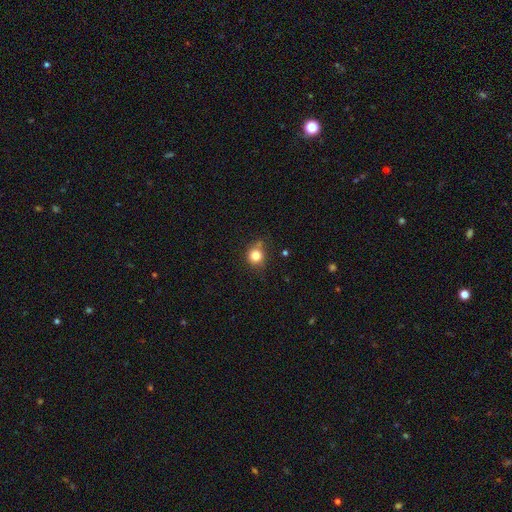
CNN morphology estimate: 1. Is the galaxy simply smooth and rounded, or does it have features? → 82% smooth, 12% star or artifact, 6% featured or disk.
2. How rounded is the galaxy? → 85% round, 14% in between, 1% cigar-shaped.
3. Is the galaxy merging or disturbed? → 70% none, 20% minor disturbance, 6% merger, 5% major disturbance.